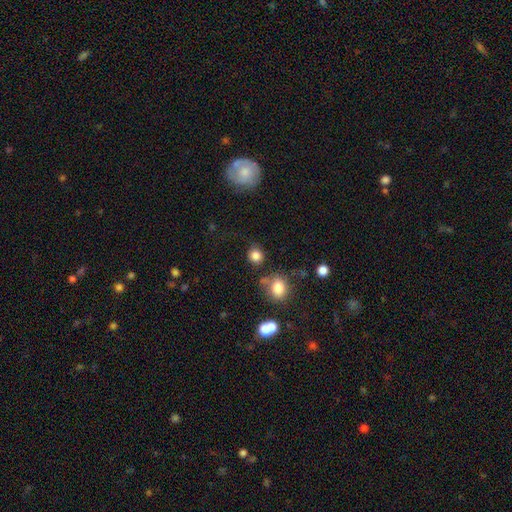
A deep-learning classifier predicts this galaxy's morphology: type=smooth (83%); roundness=round (82%); merging=none (75%).